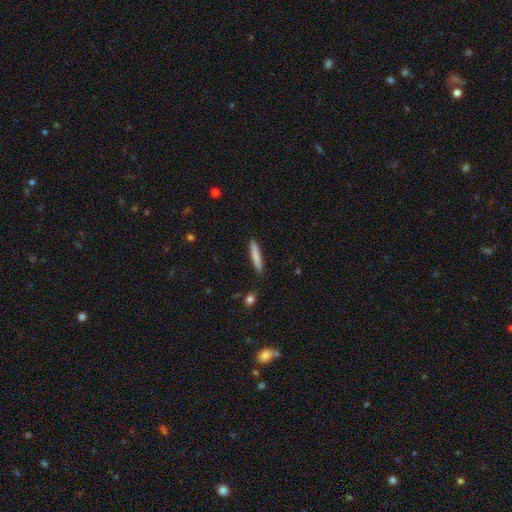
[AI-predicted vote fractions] This is likely a smooth galaxy (79%). How rounded: clearly cigar-shaped (93%). Merging: clearly none (89%).